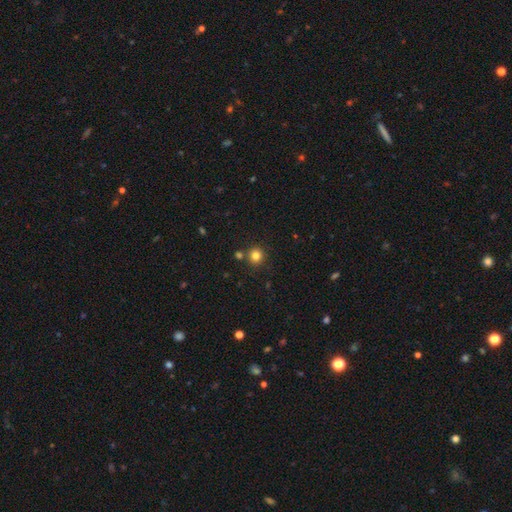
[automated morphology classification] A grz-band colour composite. It shows a smooth galaxy with no disk features (82%) that is round (93%). Merging: none (82%).